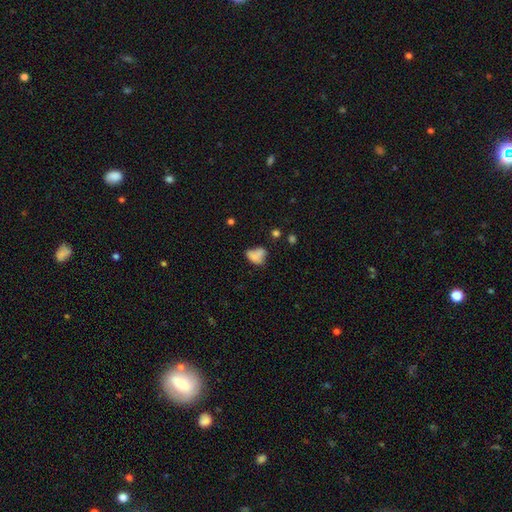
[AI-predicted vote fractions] Morphology: type=smooth (69%); roundness=in between (76%); merging=none (31%).